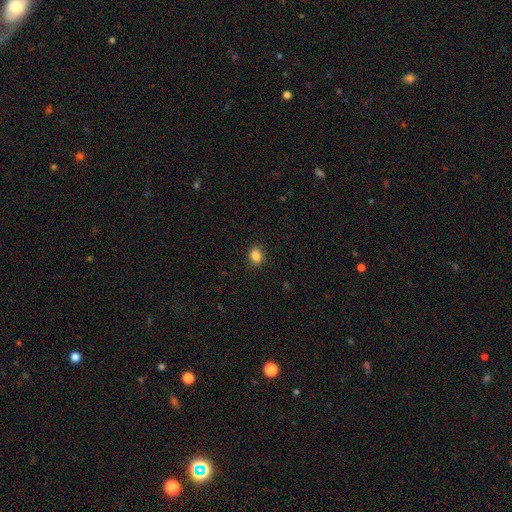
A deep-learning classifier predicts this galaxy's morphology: Smooth or featured?
  - smooth: 86% *
  - star or artifact: 10%
  - featured or disk: 4%
How rounded?
  - in between: 58% *
  - round: 41%
  - cigar-shaped: 1%
Merging?
  - none: 88% *
  - minor disturbance: 9%
  - major disturbance: 2%
  - merger: 1%